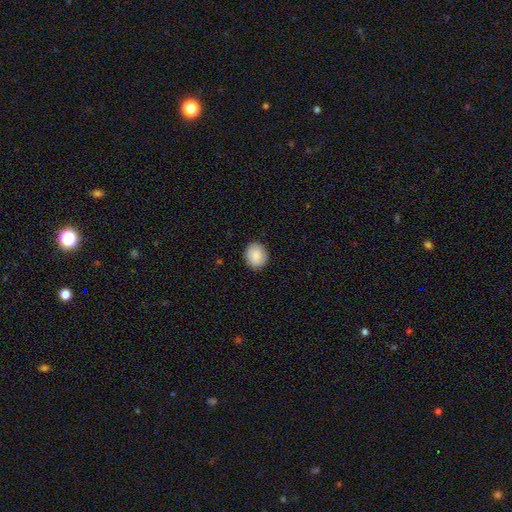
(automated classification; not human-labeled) Morphology: type=smooth (87%); roundness=round (72%); merging=none (90%).